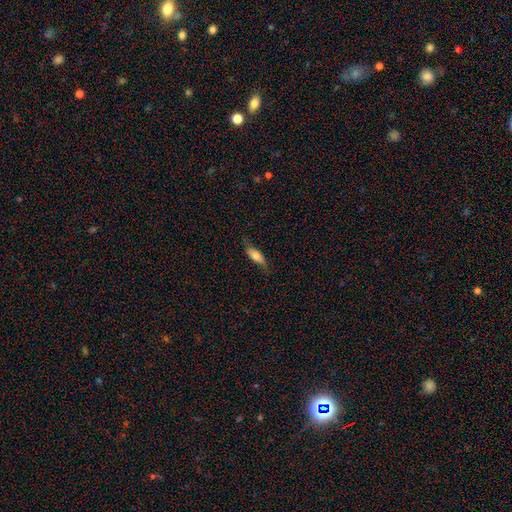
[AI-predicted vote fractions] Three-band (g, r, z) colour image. It shows a smooth galaxy with no disk features (67%) that is in between round and cigar-shaped (64%). Merging: none (69%).